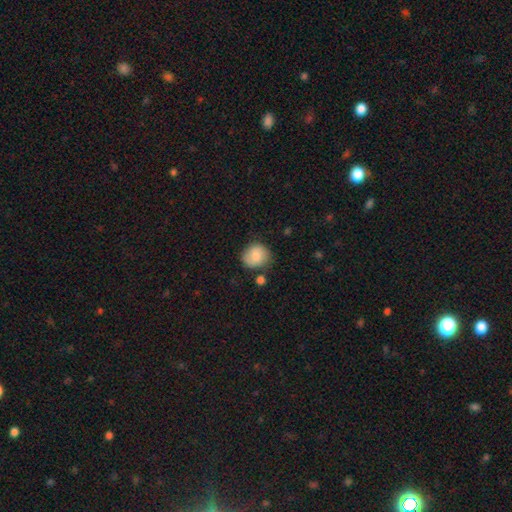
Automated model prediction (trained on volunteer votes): Morphology: type=smooth (79%); roundness=round (77%); merging=none (73%).